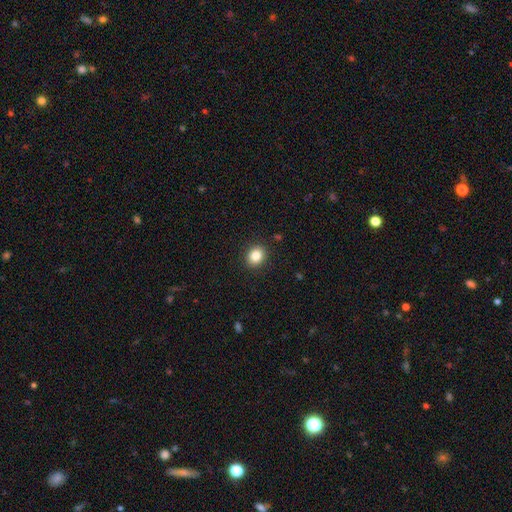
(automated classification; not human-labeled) Smooth or featured: smooth — 85% (star or artifact — 10%)
How rounded: round — 60% (in between — 39%)
Merging: none — 90% (minor disturbance — 7%)